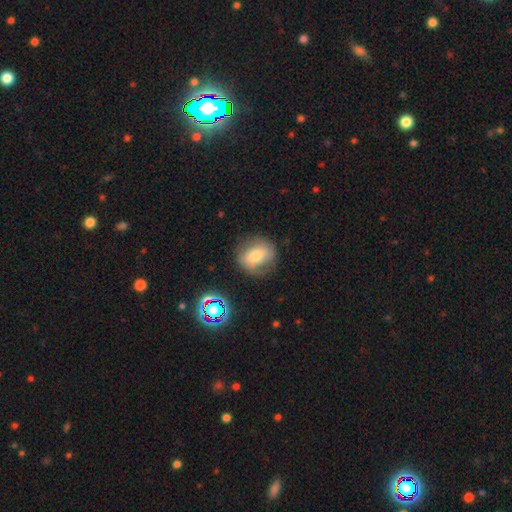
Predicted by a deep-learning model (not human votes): Morphology: type=smooth (60%); roundness=round (65%); merging=none (74%).